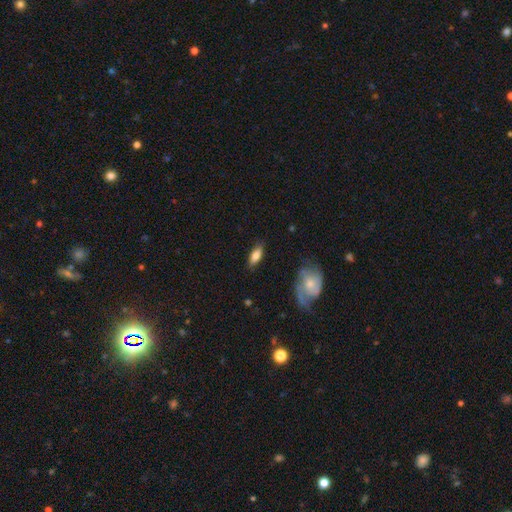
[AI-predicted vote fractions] Q: Smooth or featured?
A: smooth (78%); runner-up: featured or disk (16%)
Q: How rounded?
A: in between (76%); runner-up: cigar-shaped (22%)
Q: Merging?
A: none (82%); runner-up: minor disturbance (13%)